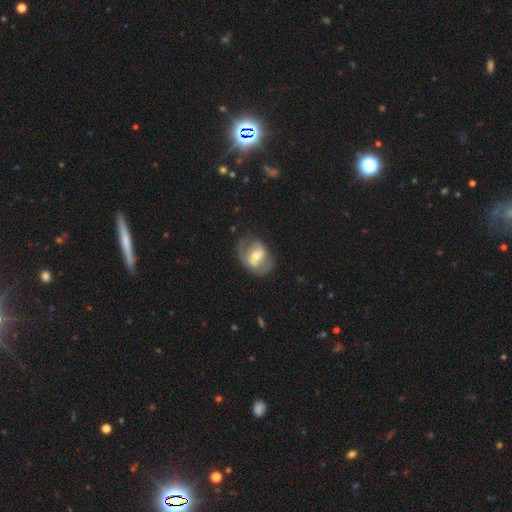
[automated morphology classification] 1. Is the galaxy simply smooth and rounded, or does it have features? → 60% featured or disk, 34% smooth, 6% star or artifact.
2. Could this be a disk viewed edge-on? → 95% no, 5% yes.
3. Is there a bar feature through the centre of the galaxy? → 41% weak, 31% strong, 28% no.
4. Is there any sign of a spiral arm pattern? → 55% yes, 45% no.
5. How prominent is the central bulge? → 62% moderate, 29% small, 6% large, 1% none, 1% dominant.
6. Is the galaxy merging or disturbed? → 58% none, 24% minor disturbance, 16% major disturbance, 2% merger.